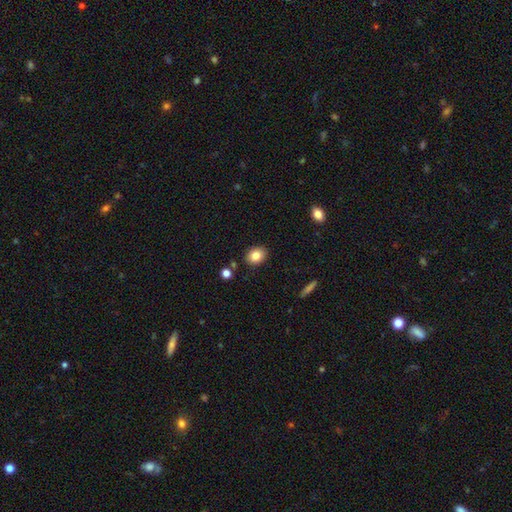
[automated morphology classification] Smooth or featured?
  - smooth: 83% *
  - star or artifact: 9%
  - featured or disk: 8%
How rounded?
  - in between: 63% *
  - round: 36%
  - cigar-shaped: 1%
Merging?
  - none: 86% *
  - minor disturbance: 9%
  - merger: 2%
  - major disturbance: 2%